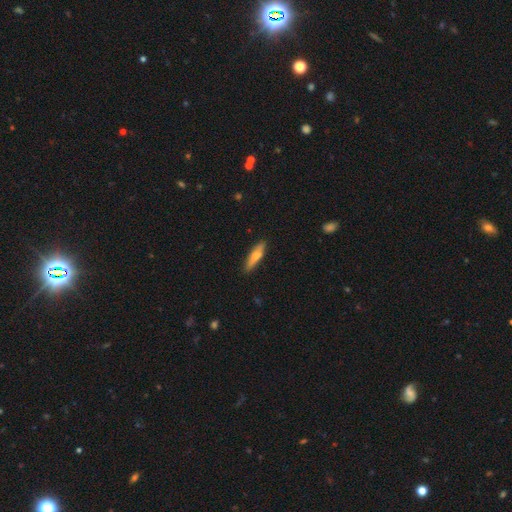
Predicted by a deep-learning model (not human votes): Smooth or featured?
  - smooth: 62% *
  - featured or disk: 33%
  - star or artifact: 6%
How rounded?
  - cigar-shaped: 75% *
  - in between: 23%
  - round: 2%
Merging?
  - none: 88% *
  - minor disturbance: 9%
  - major disturbance: 2%
  - merger: 1%